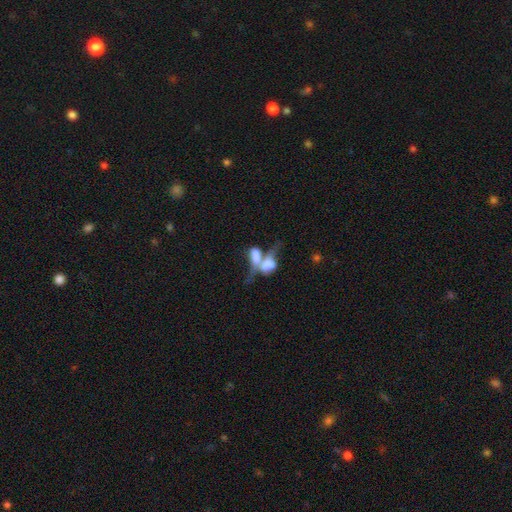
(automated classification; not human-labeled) This is possibly a smooth galaxy (54%). How rounded: likely in between (78%). Merging: likely merger (71%).